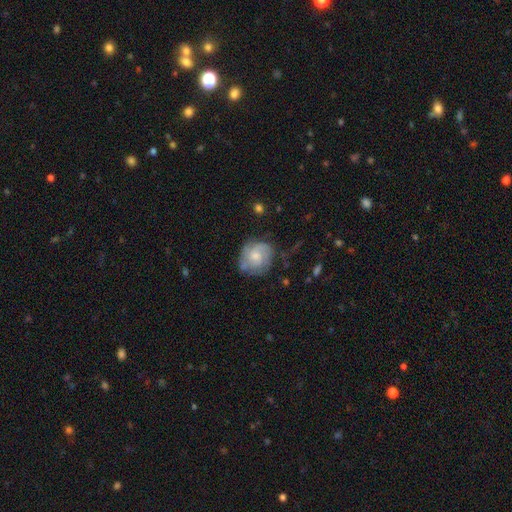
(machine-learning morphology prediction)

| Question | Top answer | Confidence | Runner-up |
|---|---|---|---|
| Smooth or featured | featured or disk | 50% | smooth (43%) |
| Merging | none | 61% | minor disturbance (25%) |